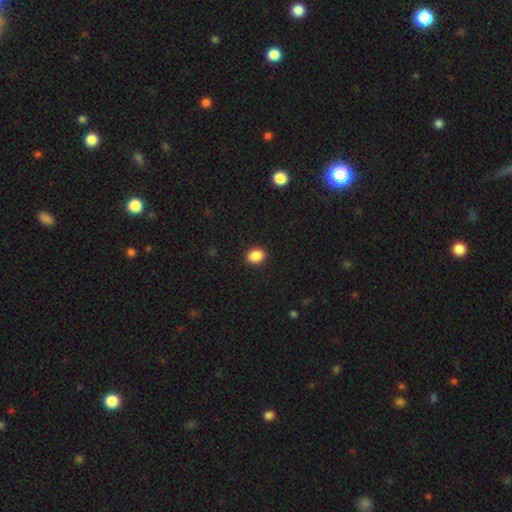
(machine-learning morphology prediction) Smooth or featured? Predicted: smooth (p=0.89). How rounded? Predicted: in between (p=0.62). Merging? Predicted: none (p=0.91).